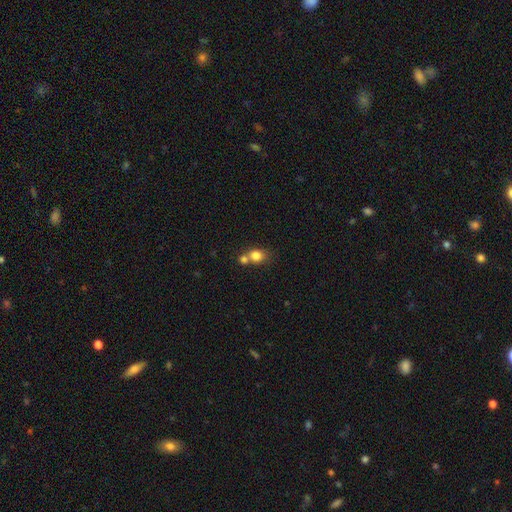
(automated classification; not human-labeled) This appears to be a smooth galaxy with no disk features (80%) that is round (62%). Merging: merger (45%).